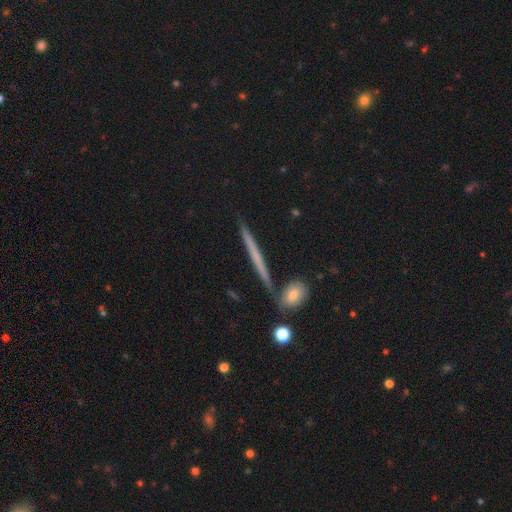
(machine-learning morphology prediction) Overall: featured or disk (51%; smooth 42%). Edge-on disk: yes (96%). Merging: none (87%).